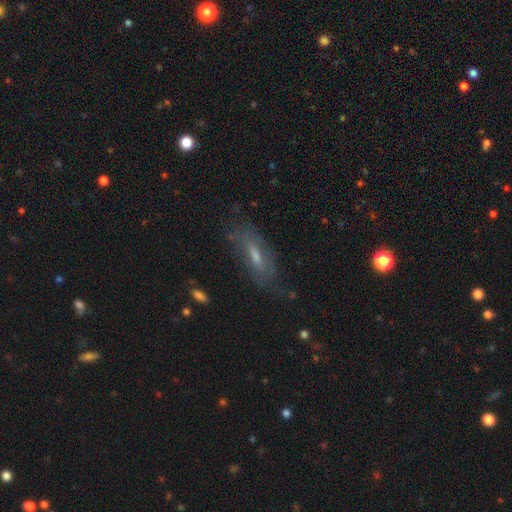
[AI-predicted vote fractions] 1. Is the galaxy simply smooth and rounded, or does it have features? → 50% featured or disk, 40% smooth, 11% star or artifact.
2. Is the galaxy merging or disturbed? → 64% none, 22% minor disturbance, 12% major disturbance, 2% merger.